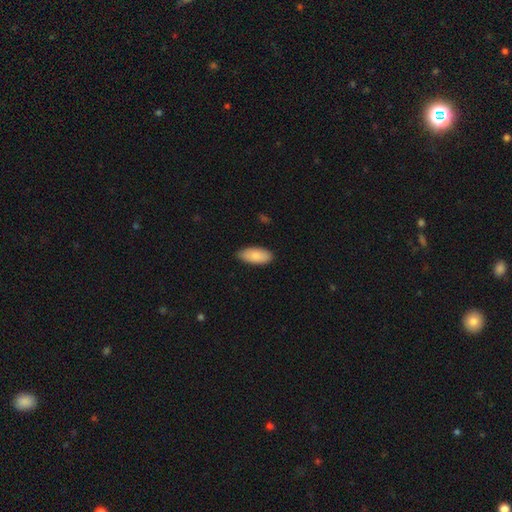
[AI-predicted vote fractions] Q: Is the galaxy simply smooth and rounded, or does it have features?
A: smooth — 86%.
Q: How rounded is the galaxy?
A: in between — 91%.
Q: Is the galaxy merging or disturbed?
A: none — 85%.